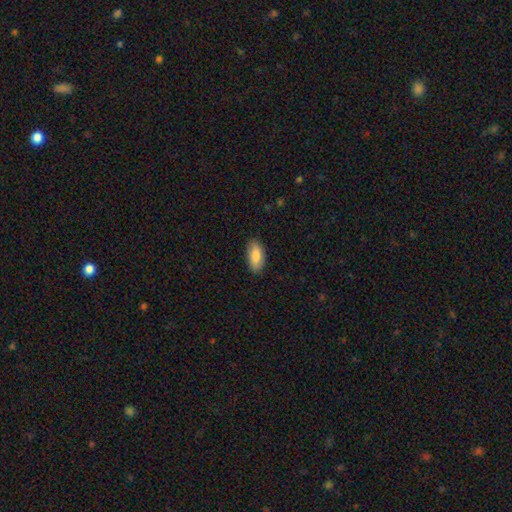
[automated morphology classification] Q: Smooth or featured?
A: smooth (85%); runner-up: featured or disk (9%)
Q: How rounded?
A: in between (90%); runner-up: cigar-shaped (8%)
Q: Merging?
A: none (88%); runner-up: minor disturbance (9%)